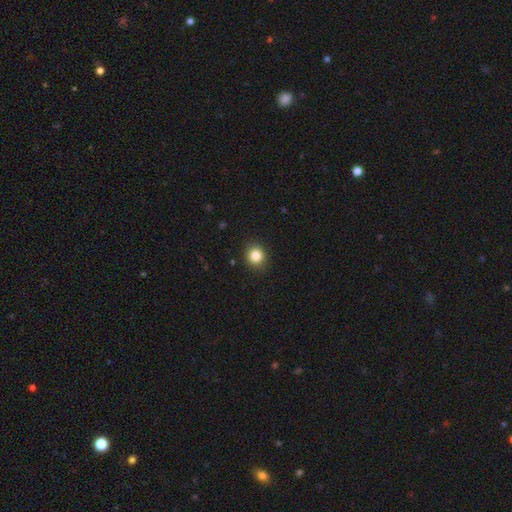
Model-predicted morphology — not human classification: This is clearly a smooth galaxy (84%). How rounded: clearly round (83%). Merging: clearly none (90%).